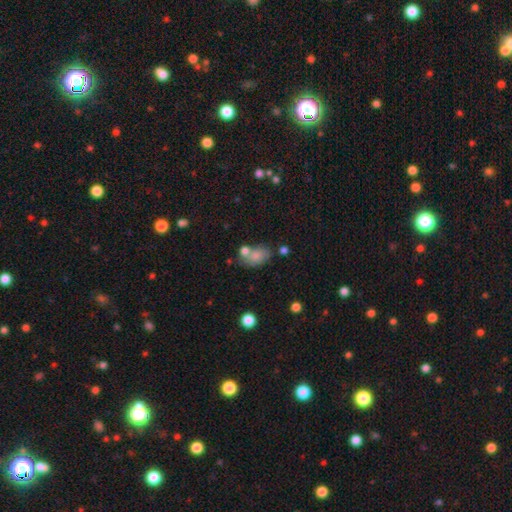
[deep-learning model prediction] Q: Smooth or featured?
A: smooth (77%); runner-up: featured or disk (13%)
Q: How rounded?
A: in between (83%); runner-up: round (16%)
Q: Merging?
A: none (47%); runner-up: merger (27%)